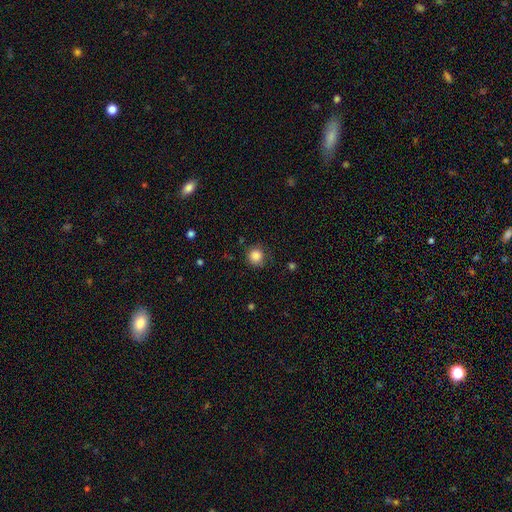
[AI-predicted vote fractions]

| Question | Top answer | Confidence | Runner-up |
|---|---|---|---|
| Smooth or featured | smooth | 86% | star or artifact (10%) |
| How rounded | round | 91% | in between (8%) |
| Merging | none | 79% | minor disturbance (15%) |